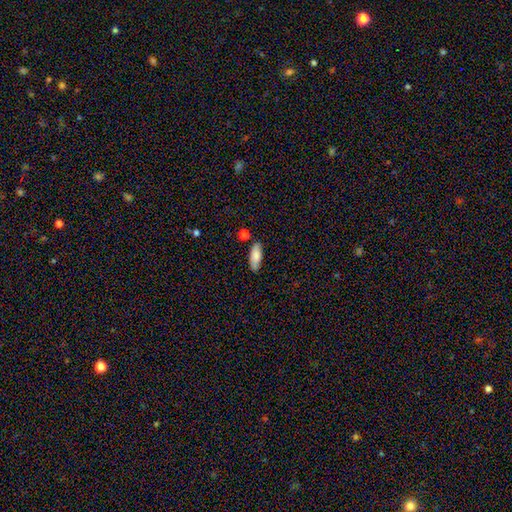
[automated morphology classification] Smooth or featured?
  - smooth: 84% *
  - featured or disk: 10%
  - star or artifact: 6%
How rounded?
  - in between: 74% *
  - cigar-shaped: 24%
  - round: 2%
Merging?
  - none: 78% *
  - minor disturbance: 14%
  - merger: 5%
  - major disturbance: 3%